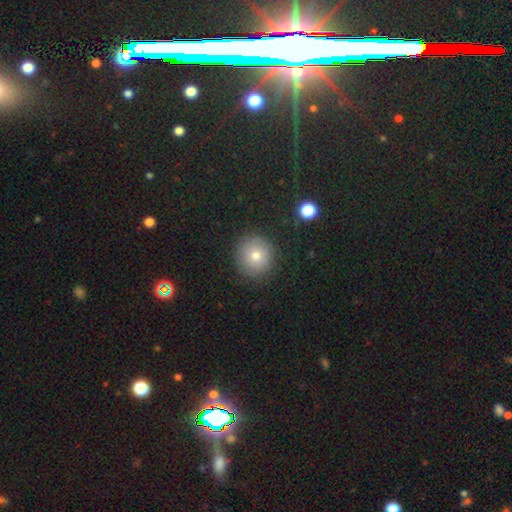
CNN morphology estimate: Smooth or featured? smooth (74%)
How rounded? round (92%)
Merging? none (88%)